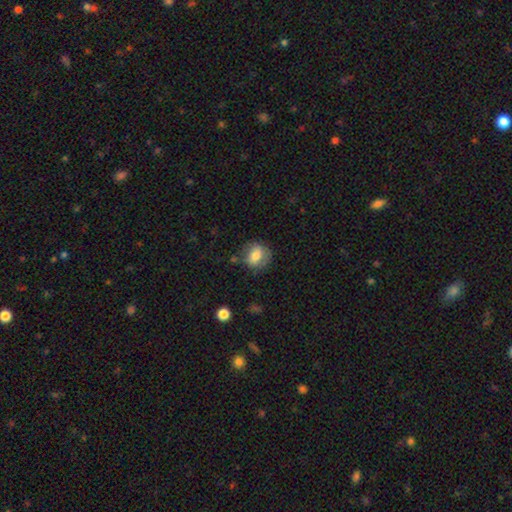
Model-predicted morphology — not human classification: Q: Smooth or featured?
A: smooth (72%); runner-up: featured or disk (19%)
Q: How rounded?
A: round (60%); runner-up: in between (39%)
Q: Merging?
A: none (68%); runner-up: minor disturbance (21%)